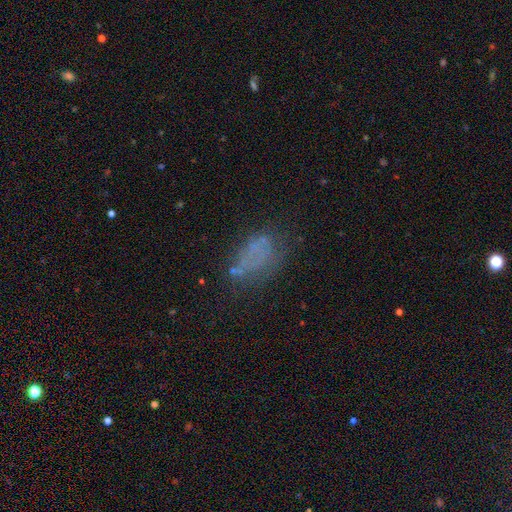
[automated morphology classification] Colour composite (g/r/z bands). It shows a smooth galaxy with no disk features (49%). Merging: none (49%).